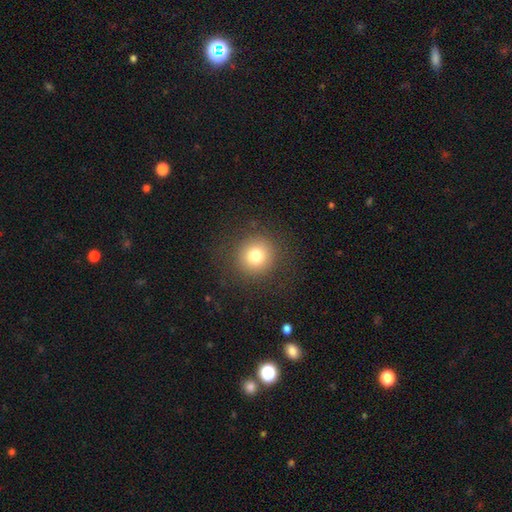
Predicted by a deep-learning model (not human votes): Smooth or featured?
  - smooth: 77% *
  - star or artifact: 13%
  - featured or disk: 10%
How rounded?
  - round: 93% *
  - in between: 6%
  - cigar-shaped: 1%
Merging?
  - none: 88% *
  - minor disturbance: 7%
  - major disturbance: 4%
  - merger: 1%